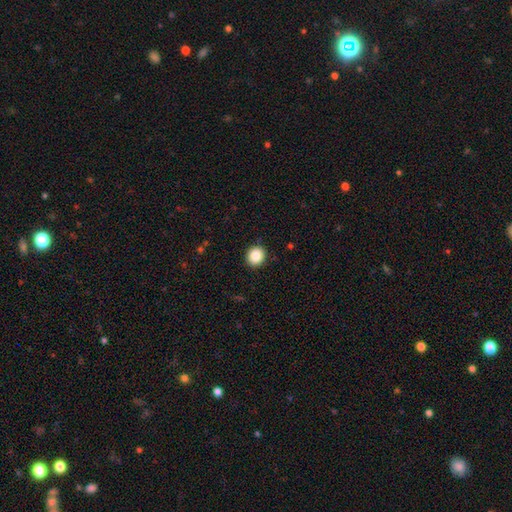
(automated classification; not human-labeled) Q: Smooth or featured?
A: smooth (86%); runner-up: star or artifact (9%)
Q: How rounded?
A: round (81%); runner-up: in between (18%)
Q: Merging?
A: none (91%); runner-up: minor disturbance (6%)